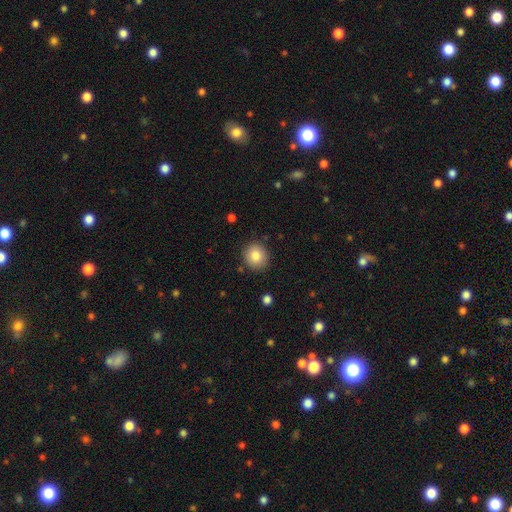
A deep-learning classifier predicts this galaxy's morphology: A smooth galaxy with no disk features (83%) that is round (88%).

Vote fractions:
- Smooth or featured? smooth: 83% / star or artifact: 9% / featured or disk: 8%
- How rounded? round: 88% / in between: 11% / cigar-shaped: 1%
- Merging? none: 89% / minor disturbance: 7% / major disturbance: 2% / merger: 1%